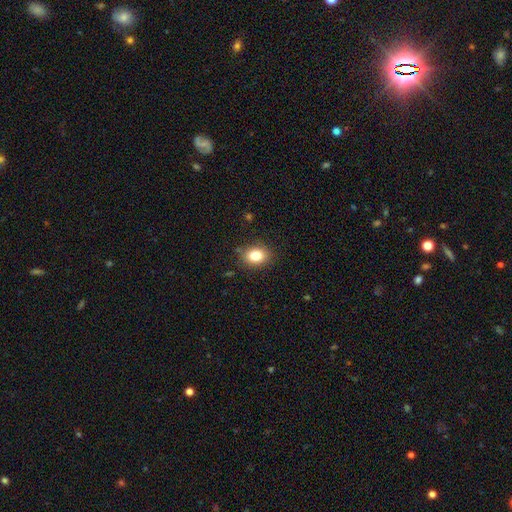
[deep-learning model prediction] Smooth or featured?
  - smooth: 83% *
  - star or artifact: 10%
  - featured or disk: 7%
How rounded?
  - in between: 66% *
  - round: 33%
  - cigar-shaped: 1%
Merging?
  - none: 85% *
  - minor disturbance: 11%
  - major disturbance: 3%
  - merger: 1%